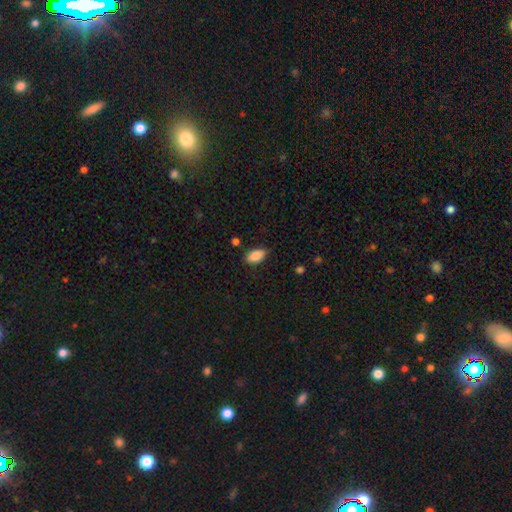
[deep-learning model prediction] Smooth or featured: smooth — 87% (star or artifact — 7%)
How rounded: in between — 91% (cigar-shaped — 5%)
Merging: none — 85% (minor disturbance — 11%)